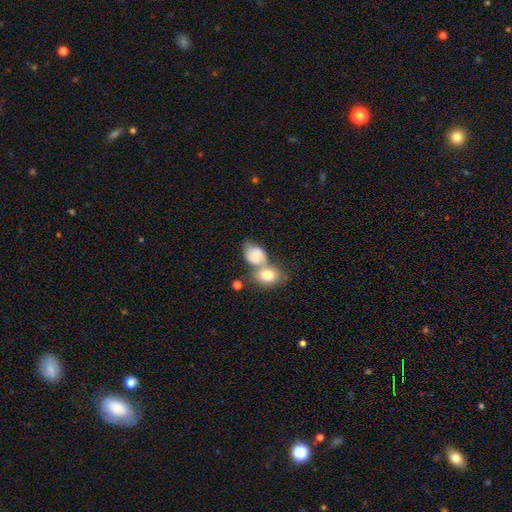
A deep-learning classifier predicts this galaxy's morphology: A smooth galaxy with no disk features (62%) that is in between round and cigar-shaped (59%). Merging: merger (59%).